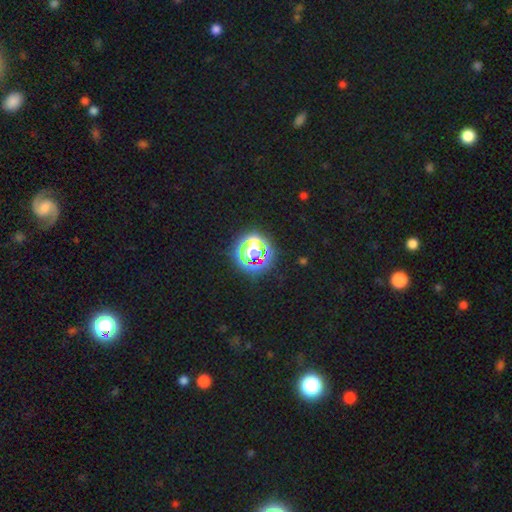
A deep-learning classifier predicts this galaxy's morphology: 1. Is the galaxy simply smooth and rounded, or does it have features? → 50% star or artifact, 34% smooth, 16% featured or disk.